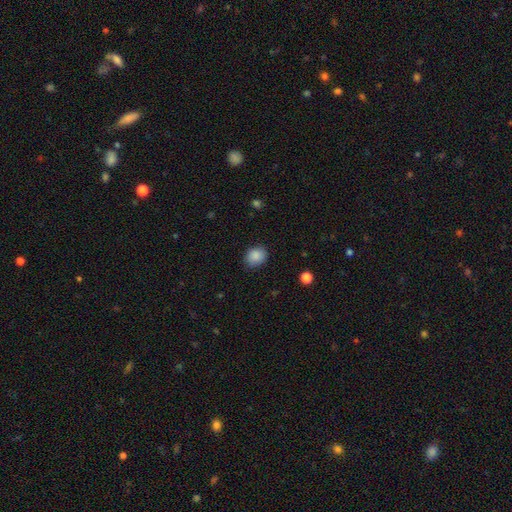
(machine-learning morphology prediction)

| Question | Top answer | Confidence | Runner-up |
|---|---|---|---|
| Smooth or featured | smooth | 87% | star or artifact (8%) |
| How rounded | round | 58% | in between (41%) |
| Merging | none | 84% | minor disturbance (12%) |